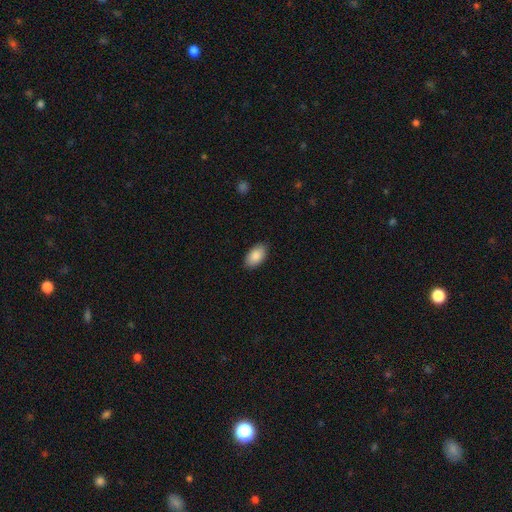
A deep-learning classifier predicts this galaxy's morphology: type=smooth (88%); roundness=in between (95%); merging=none (88%).